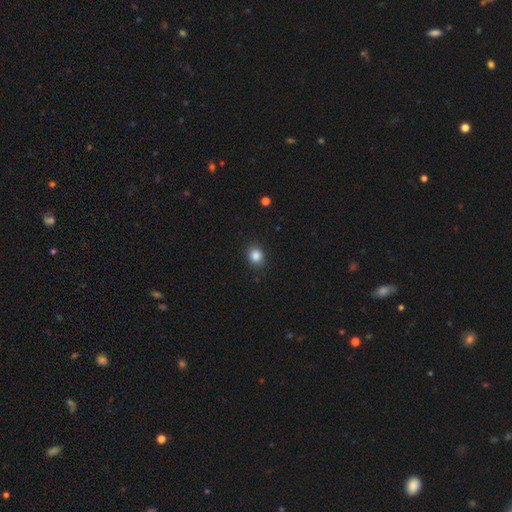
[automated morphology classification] Smooth or featured?
  - smooth: 86% *
  - star or artifact: 10%
  - featured or disk: 4%
How rounded?
  - round: 71% *
  - in between: 29%
  - cigar-shaped: 1%
Merging?
  - none: 87% *
  - minor disturbance: 9%
  - major disturbance: 2%
  - merger: 1%